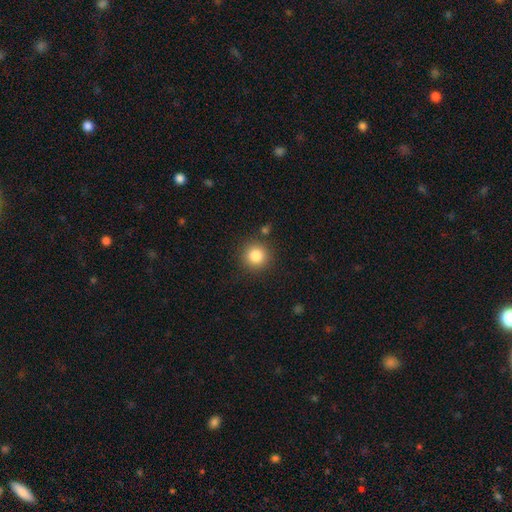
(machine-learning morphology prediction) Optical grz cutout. It shows a smooth galaxy with no disk features (83%) that is round (94%). Merging: none (88%).